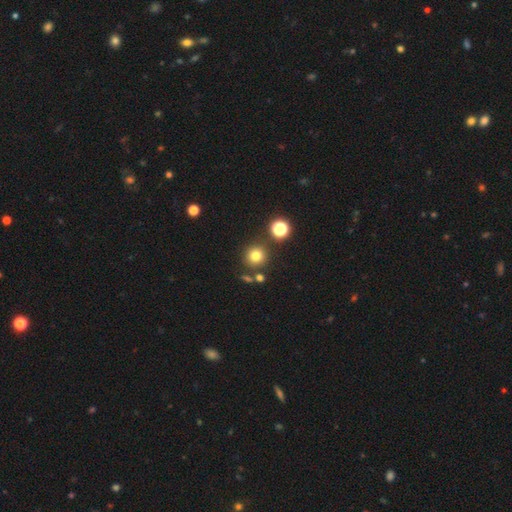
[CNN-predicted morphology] smooth_or_featured: smooth (p=0.76) [alt: star or artifact p=0.16]
how_rounded: round (p=0.93) [alt: in between p=0.06]
merging: none (p=0.82) [alt: minor disturbance p=0.08]